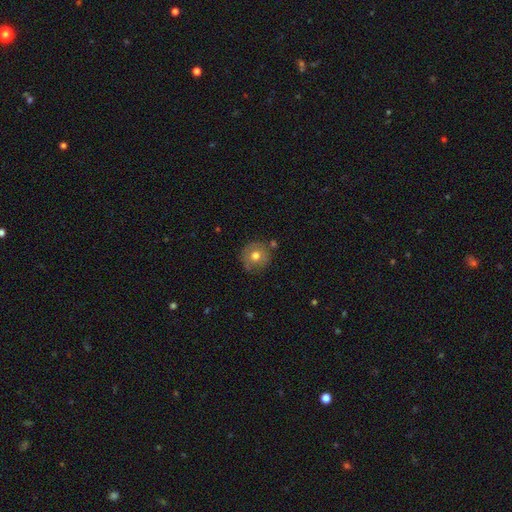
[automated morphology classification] This appears to be a smooth galaxy with no disk features (66%) that is round (91%). Merging: none (76%).